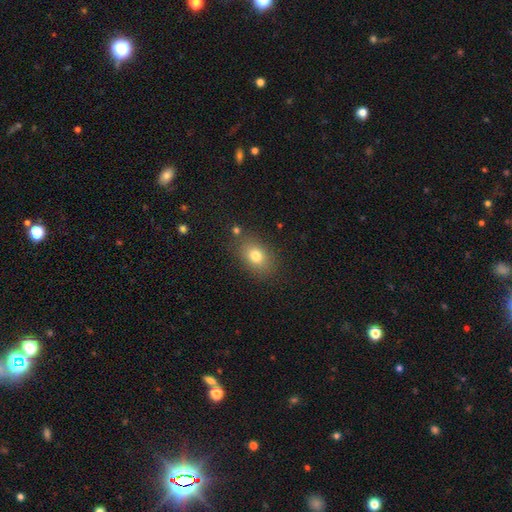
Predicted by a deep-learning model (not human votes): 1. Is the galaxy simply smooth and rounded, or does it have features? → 77% smooth, 12% star or artifact, 11% featured or disk.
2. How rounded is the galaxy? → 72% in between, 26% round, 1% cigar-shaped.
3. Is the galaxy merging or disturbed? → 80% none, 12% minor disturbance, 4% major disturbance, 4% merger.